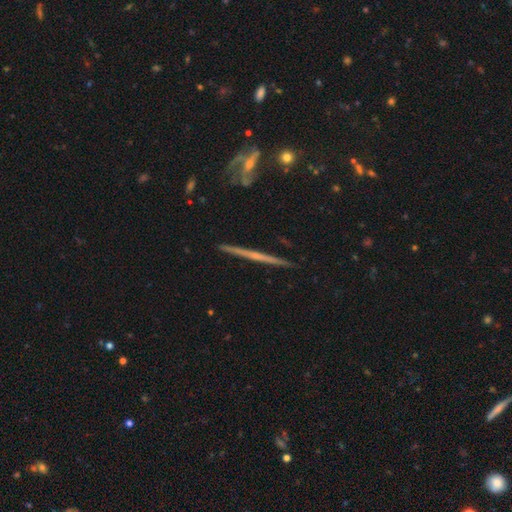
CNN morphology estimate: featured or disk 71%, smooth 23%, star or artifact 6%. Down the decision tree: edge-on disk — yes (98%); edge-on bulge — none (74%); merging — none (91%).